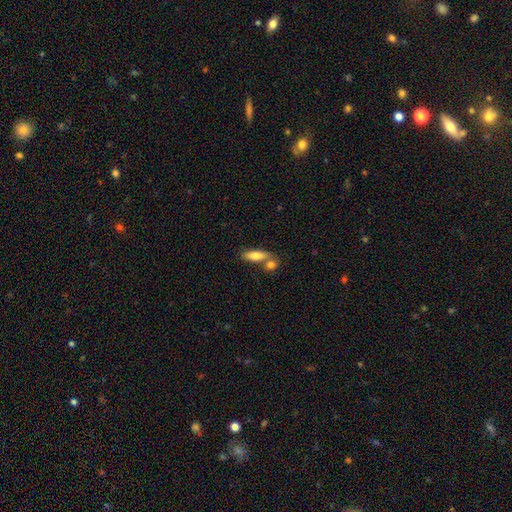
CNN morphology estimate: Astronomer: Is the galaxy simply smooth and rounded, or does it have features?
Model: smooth — 79%.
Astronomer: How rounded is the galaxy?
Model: in between — 60% (runner-up: cigar-shaped, 37%).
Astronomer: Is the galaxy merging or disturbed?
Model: none — 54% (runner-up: merger, 31%).